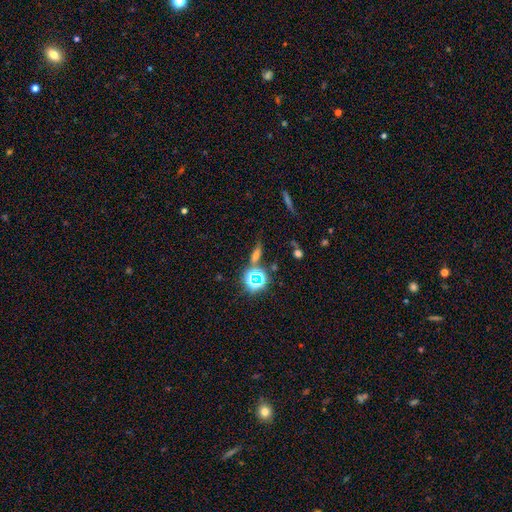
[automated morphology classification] smooth_or_featured: smooth (p=0.48) [alt: star or artifact p=0.35]
merging: none (p=0.67) [alt: minor disturbance p=0.15]